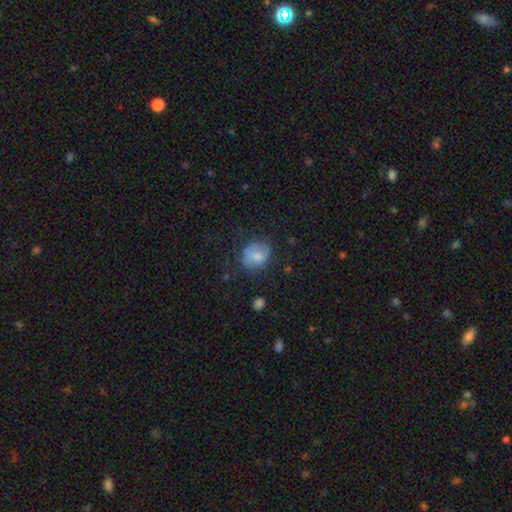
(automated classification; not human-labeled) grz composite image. It shows a smooth galaxy with no disk features (64%) that is round (60%). Merging: none (58%).